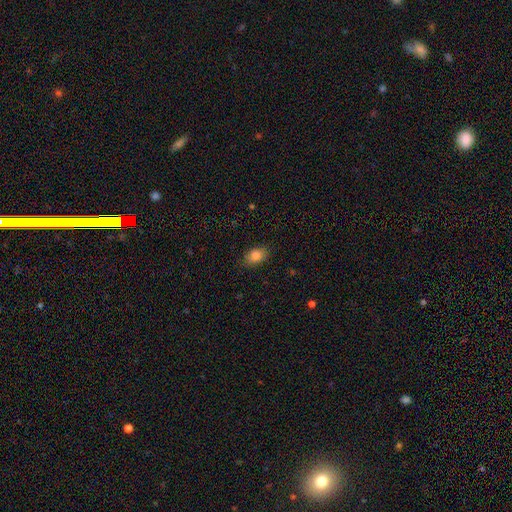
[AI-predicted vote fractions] Q: Smooth or featured?
A: smooth (83%); runner-up: star or artifact (9%)
Q: How rounded?
A: in between (82%); runner-up: round (16%)
Q: Merging?
A: none (83%); runner-up: minor disturbance (13%)